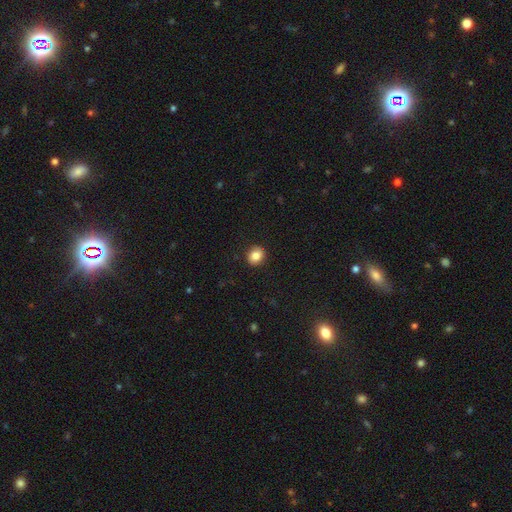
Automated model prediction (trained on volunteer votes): Smooth or featured? Predicted: smooth (p=0.84). How rounded? Predicted: round (p=0.73). Merging? Predicted: none (p=0.90).